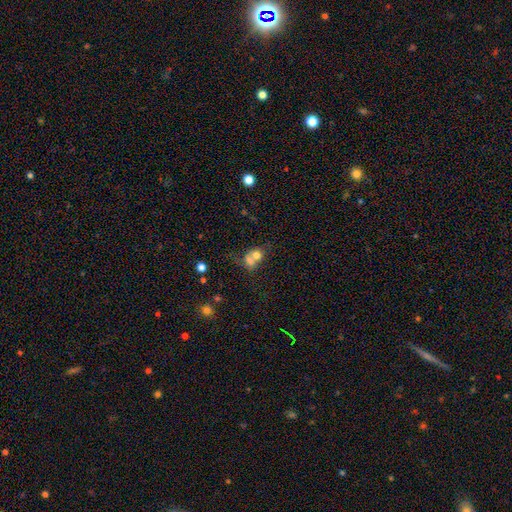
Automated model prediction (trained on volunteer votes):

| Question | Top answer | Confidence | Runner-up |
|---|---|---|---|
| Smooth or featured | smooth | 68% | featured or disk (18%) |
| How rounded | round | 59% | in between (40%) |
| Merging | merger | 61% | none (23%) |